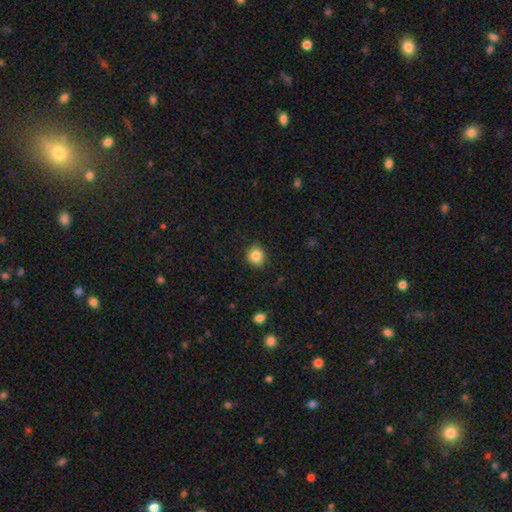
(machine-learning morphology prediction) smooth_or_featured: smooth (p=0.85) [alt: star or artifact p=0.10]
how_rounded: round (p=0.86) [alt: in between p=0.14]
merging: none (p=0.86) [alt: minor disturbance p=0.10]